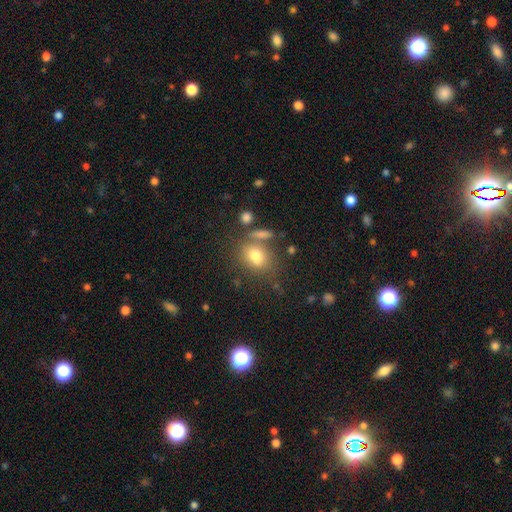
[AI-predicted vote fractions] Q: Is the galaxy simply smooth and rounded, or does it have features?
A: smooth — 75%.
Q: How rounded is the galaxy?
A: in between — 61%.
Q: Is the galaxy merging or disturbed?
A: none — 59%.